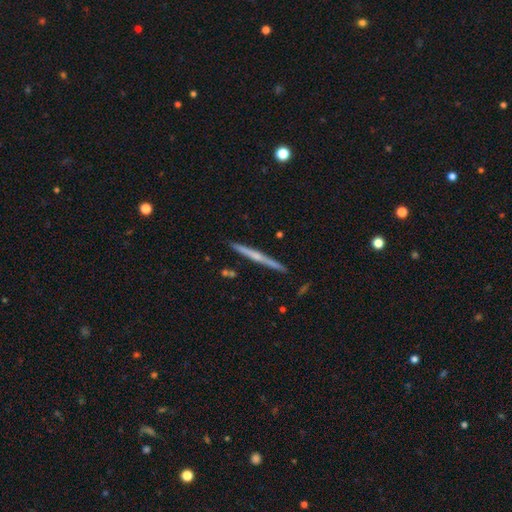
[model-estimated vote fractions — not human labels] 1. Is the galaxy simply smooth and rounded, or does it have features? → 69% featured or disk, 25% smooth, 6% star or artifact.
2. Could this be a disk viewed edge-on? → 98% yes, 2% no.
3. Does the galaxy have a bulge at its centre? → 57% rounded, 36% none, 6% boxy.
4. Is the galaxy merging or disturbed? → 91% none, 6% minor disturbance, 1% merger, 1% major disturbance.